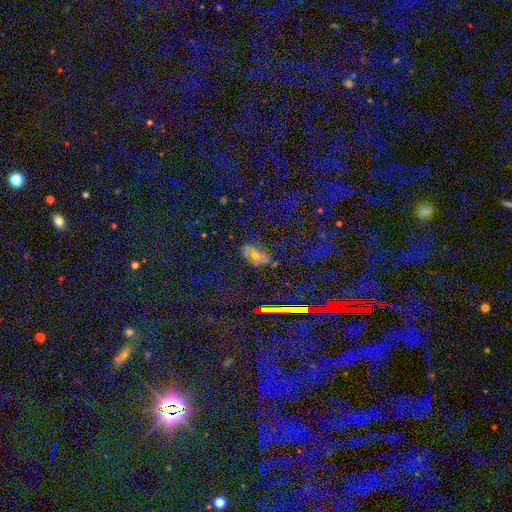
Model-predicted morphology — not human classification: This is possibly a star or artifact rather than a galaxy (51%).